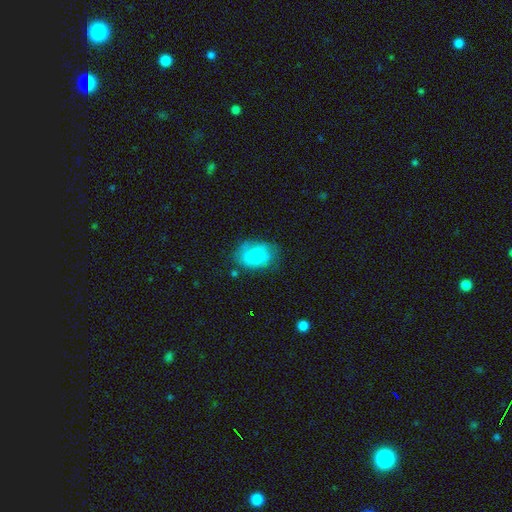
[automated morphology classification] Smooth or featured? Predicted: smooth (p=0.68). How rounded? Predicted: in between (p=0.70). Merging? Predicted: none (p=0.57).